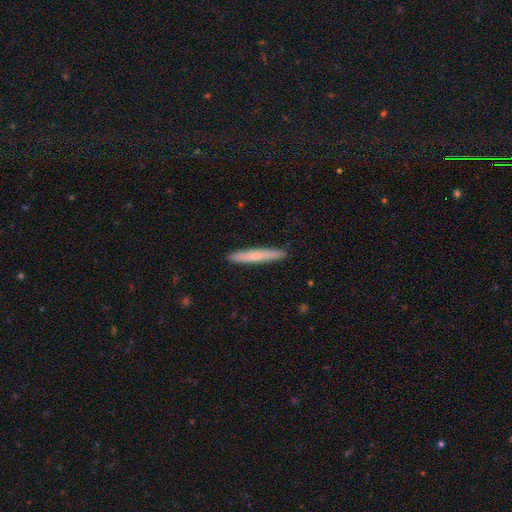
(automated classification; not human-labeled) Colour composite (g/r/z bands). It shows a smooth galaxy with no disk features (61%) that is cigar-shaped (96%). Merging: none (92%).